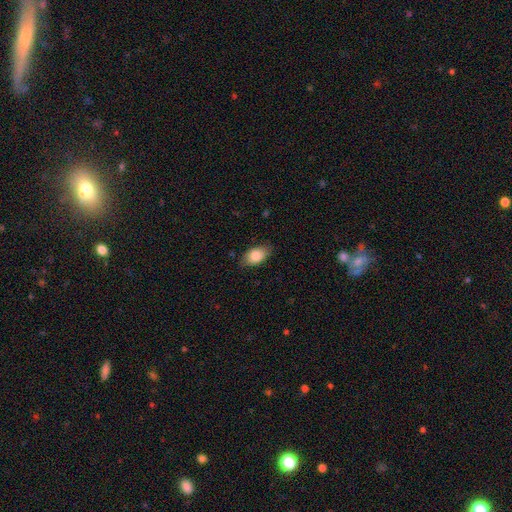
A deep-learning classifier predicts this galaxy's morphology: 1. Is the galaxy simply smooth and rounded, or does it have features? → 83% smooth, 10% featured or disk, 7% star or artifact.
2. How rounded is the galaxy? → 90% in between, 8% round, 3% cigar-shaped.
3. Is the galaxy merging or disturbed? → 80% none, 16% minor disturbance, 3% major disturbance, 1% merger.